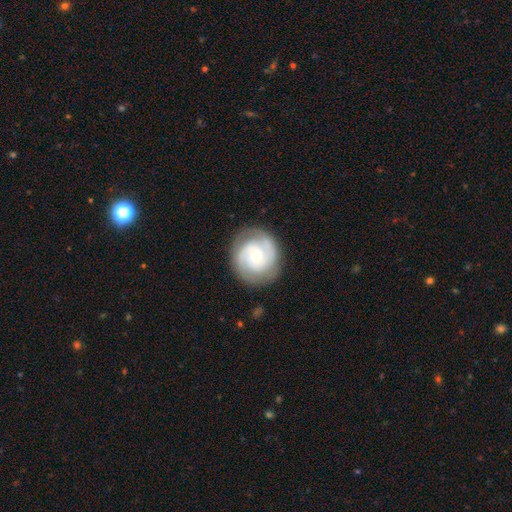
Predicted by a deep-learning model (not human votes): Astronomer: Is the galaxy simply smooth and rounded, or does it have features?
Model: featured or disk — 77%.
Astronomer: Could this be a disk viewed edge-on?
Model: no — 98%.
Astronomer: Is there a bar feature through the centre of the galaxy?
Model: no — 71%.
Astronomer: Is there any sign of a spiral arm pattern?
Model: yes — 91%.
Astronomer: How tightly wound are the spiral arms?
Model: tight — 59%.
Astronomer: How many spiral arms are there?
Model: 2 — 62%.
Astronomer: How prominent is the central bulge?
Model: moderate — 50% (runner-up: small, 46%).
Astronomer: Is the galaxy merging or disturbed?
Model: none — 83%.